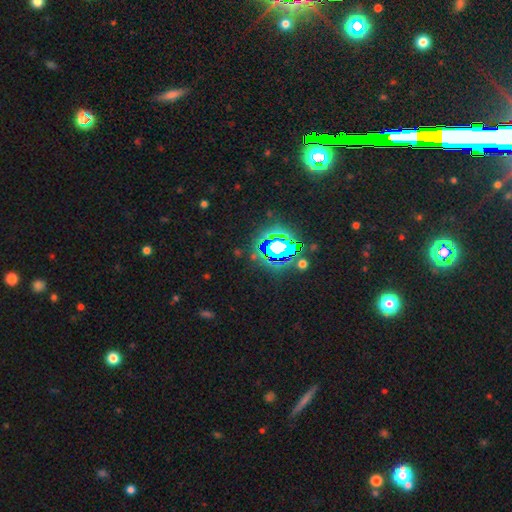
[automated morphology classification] Smooth or featured? Predicted: star or artifact (p=0.74).